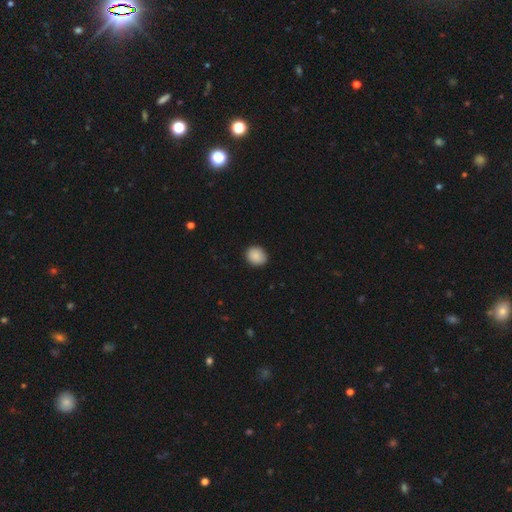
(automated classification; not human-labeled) Q: Smooth or featured?
A: smooth (88%); runner-up: star or artifact (8%)
Q: How rounded?
A: round (67%); runner-up: in between (32%)
Q: Merging?
A: none (86%); runner-up: minor disturbance (11%)